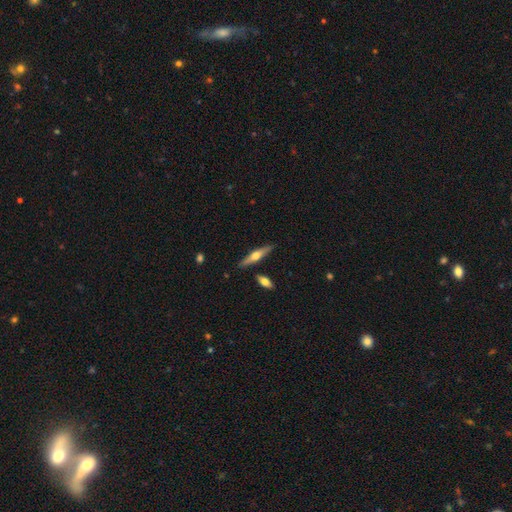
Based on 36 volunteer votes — A featured or disk galaxy (64%) viewed edge-on (91%) with a rounded central bulge (100%).

Vote fractions:
- Smooth or featured? featured or disk: 64% / smooth: 33% / star or artifact: 3%
- Edge-on disk? yes: 91% / no: 9%
- Edge-on bulge? rounded: 100% / boxy: 0% / none: 0%
- Merging? none: 83% / minor disturbance: 9% / major disturbance: 6% / merger: 3%